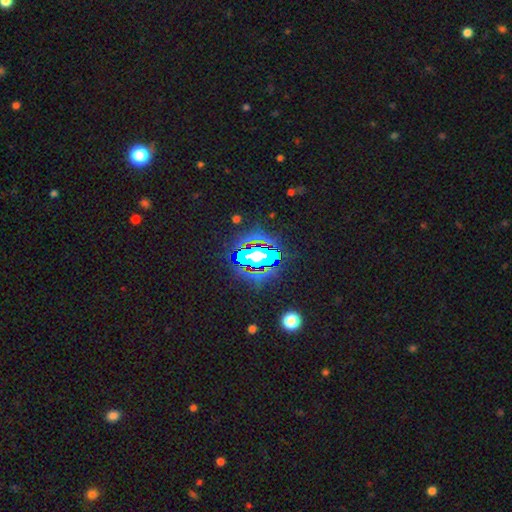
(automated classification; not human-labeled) This is likely a star or artifact rather than a galaxy (60%).